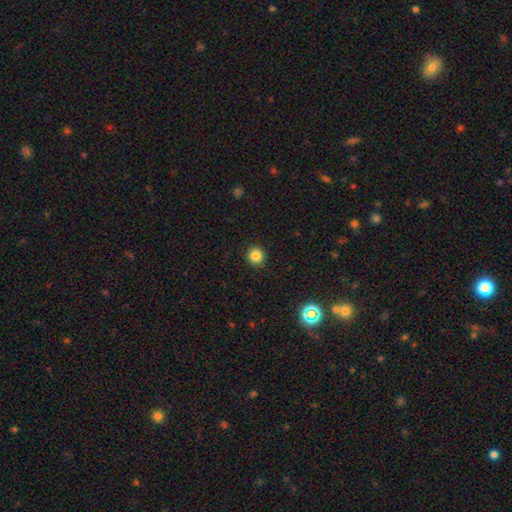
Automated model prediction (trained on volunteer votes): This appears to be a smooth galaxy with no disk features (83%) that is round (94%). Merging: none (92%).